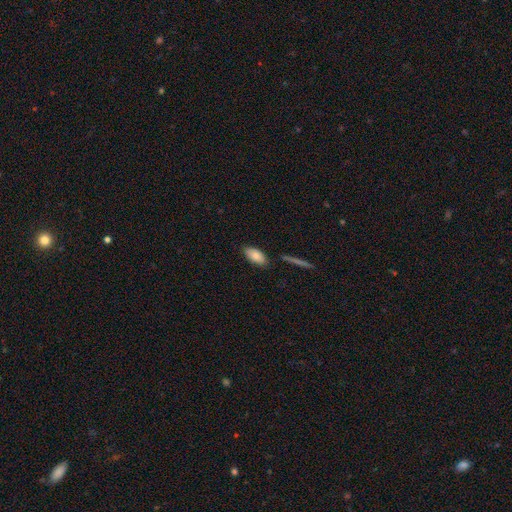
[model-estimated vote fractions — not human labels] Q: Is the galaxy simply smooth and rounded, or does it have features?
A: smooth — 83%.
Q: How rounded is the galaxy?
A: in between — 91%.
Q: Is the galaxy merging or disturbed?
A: none — 82%.